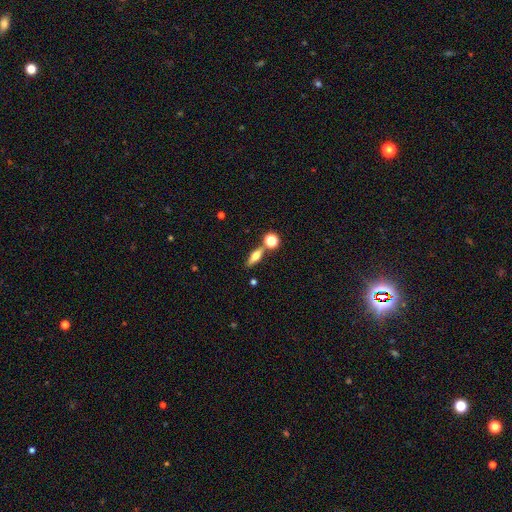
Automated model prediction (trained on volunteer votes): Smooth or featured: smooth — 47% (featured or disk — 43%)
Merging: none — 72% (merger — 14%)